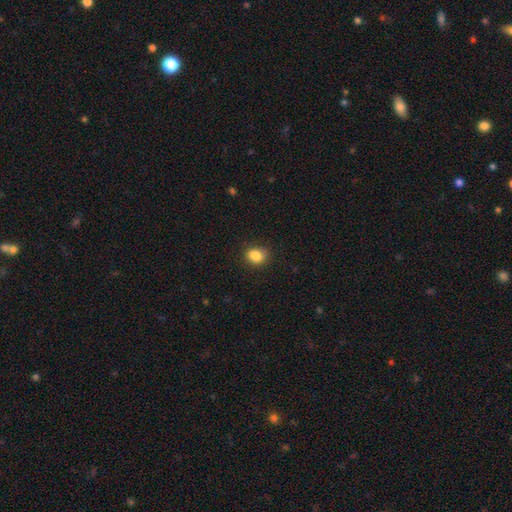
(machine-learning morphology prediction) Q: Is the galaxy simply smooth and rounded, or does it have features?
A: smooth — 86%.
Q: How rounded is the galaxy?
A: round — 55%.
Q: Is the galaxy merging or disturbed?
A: none — 81%.